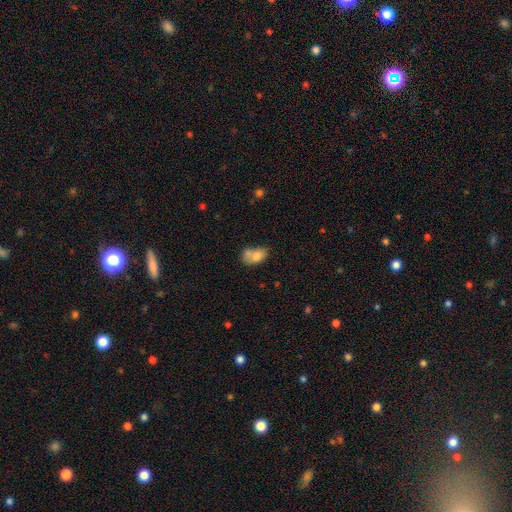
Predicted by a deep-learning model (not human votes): This appears to be a smooth galaxy with no disk features (74%) that is in between round and cigar-shaped (82%). Merging: merger (50%).